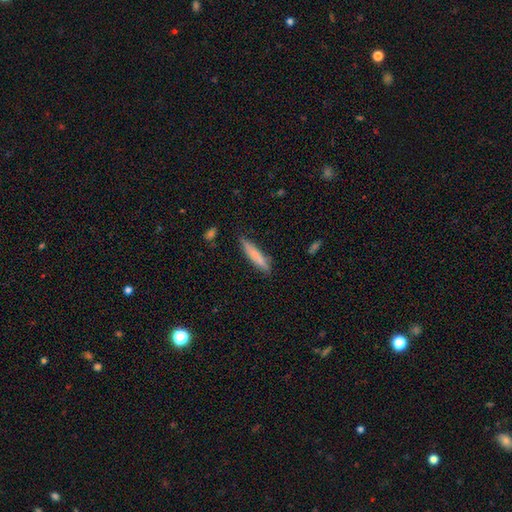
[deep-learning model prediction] Smooth or featured?
  - smooth: 76% *
  - featured or disk: 17%
  - star or artifact: 7%
How rounded?
  - cigar-shaped: 87% *
  - in between: 11%
  - round: 1%
Merging?
  - none: 80% *
  - minor disturbance: 15%
  - major disturbance: 3%
  - merger: 2%